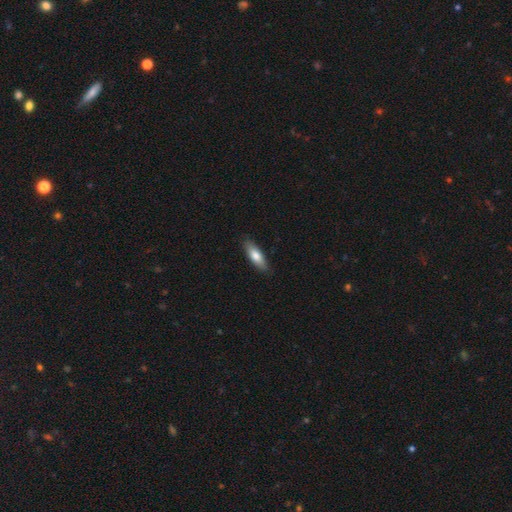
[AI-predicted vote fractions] A smooth galaxy with no disk features (75%) that is in between round and cigar-shaped (54%).

Vote fractions:
- Smooth or featured? smooth: 75% / featured or disk: 20% / star or artifact: 6%
- How rounded? in between: 54% / cigar-shaped: 44% / round: 2%
- Merging? none: 87% / minor disturbance: 10% / major disturbance: 2% / merger: 1%